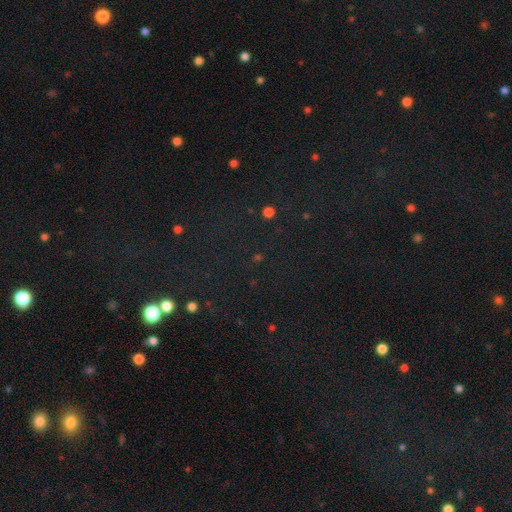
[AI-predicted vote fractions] smooth_or_featured: star or artifact (p=0.72) [alt: smooth p=0.19]